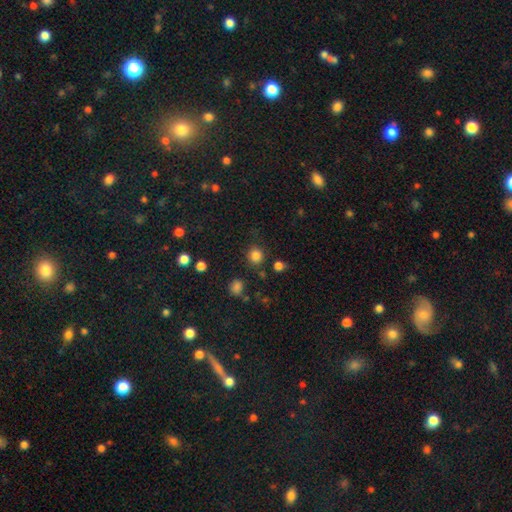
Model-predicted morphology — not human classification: This is clearly a smooth galaxy (83%). How rounded: clearly round (90%). Merging: clearly none (84%).